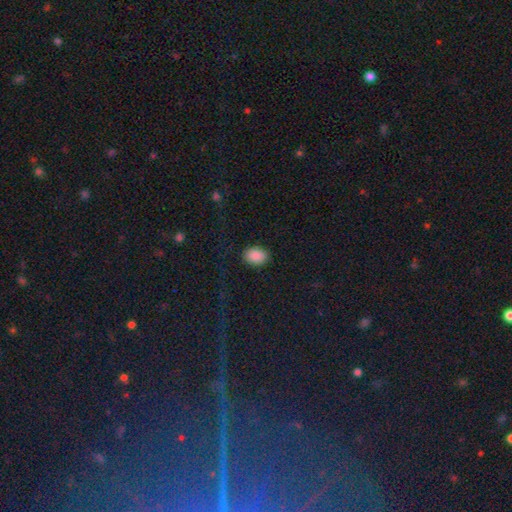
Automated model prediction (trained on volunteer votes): Smooth or featured?
  - smooth: 89% *
  - star or artifact: 8%
  - featured or disk: 3%
How rounded?
  - in between: 74% *
  - round: 25%
  - cigar-shaped: 1%
Merging?
  - none: 87% *
  - minor disturbance: 9%
  - major disturbance: 3%
  - merger: 1%